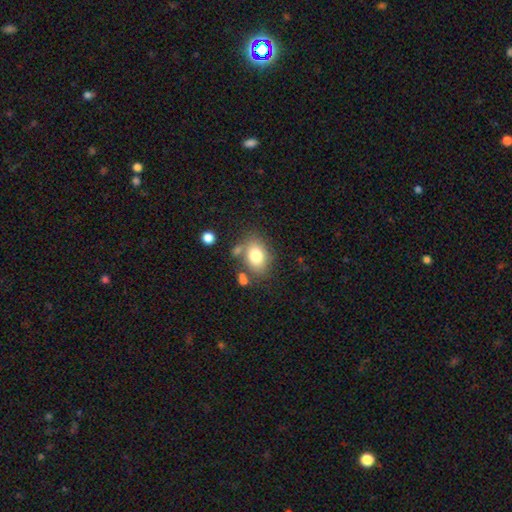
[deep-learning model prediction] A smooth galaxy with no disk features (78%) that is in between round and cigar-shaped (71%).

Vote fractions:
- Smooth or featured? smooth: 78% / featured or disk: 13% / star or artifact: 9%
- How rounded? in between: 71% / round: 28% / cigar-shaped: 1%
- Merging? none: 66% / minor disturbance: 16% / merger: 12% / major disturbance: 6%